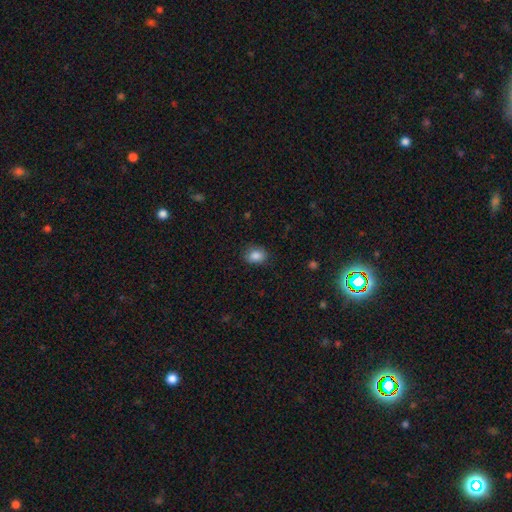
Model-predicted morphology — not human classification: Smooth or featured? Predicted: smooth (p=0.86). How rounded? Predicted: in between (p=0.66). Merging? Predicted: none (p=0.80).